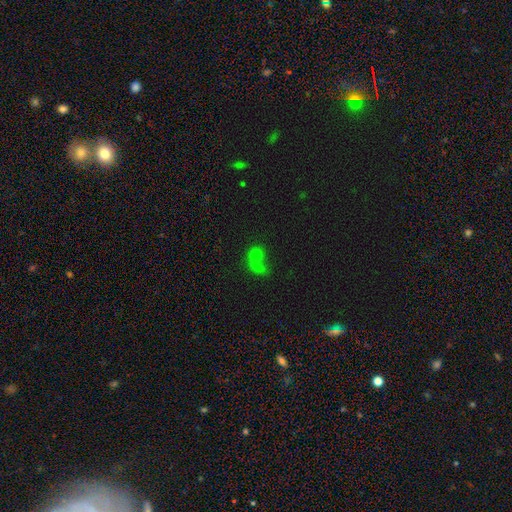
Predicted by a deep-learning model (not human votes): Overall: smooth (68%). How rounded: round (72%). Merging: merger (65%; none 27%).